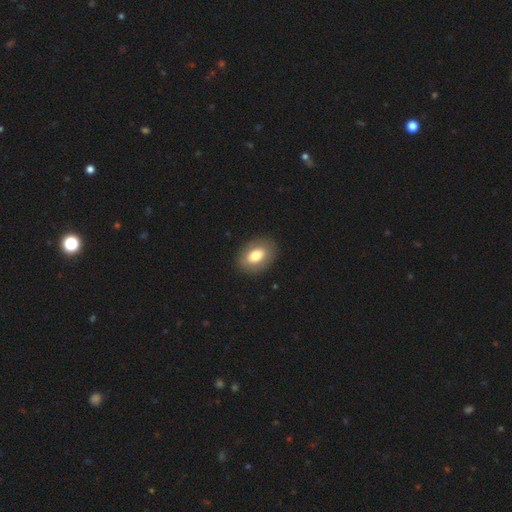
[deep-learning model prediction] Overall: smooth (74%). How rounded: in between (82%). Merging: none (87%).